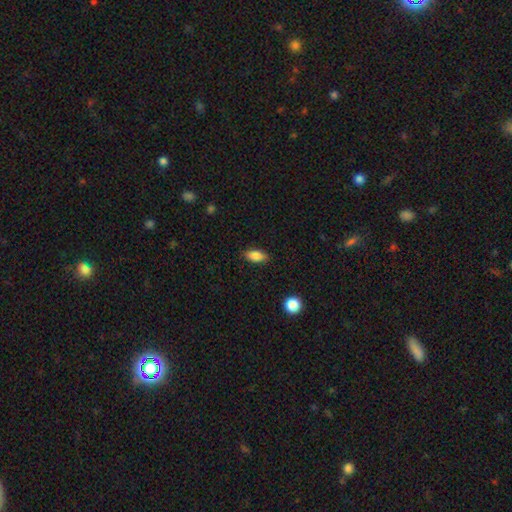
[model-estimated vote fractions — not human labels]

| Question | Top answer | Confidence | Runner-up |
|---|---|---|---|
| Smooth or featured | smooth | 86% | star or artifact (8%) |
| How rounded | in between | 88% | cigar-shaped (8%) |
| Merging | none | 86% | minor disturbance (10%) |